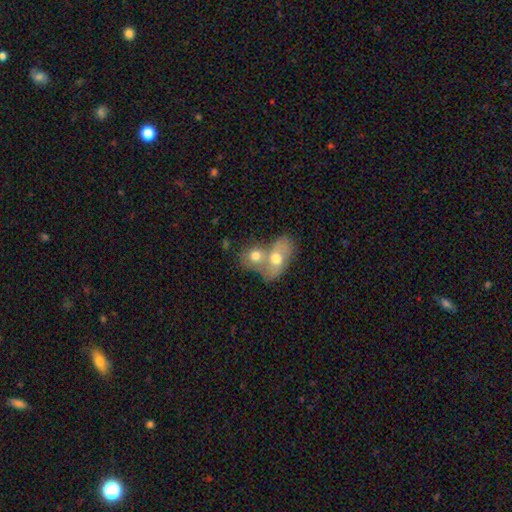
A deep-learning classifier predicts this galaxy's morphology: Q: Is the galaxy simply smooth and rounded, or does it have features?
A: smooth — 66%.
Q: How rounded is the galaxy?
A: in between — 57%.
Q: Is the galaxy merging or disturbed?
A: merger — 70%.